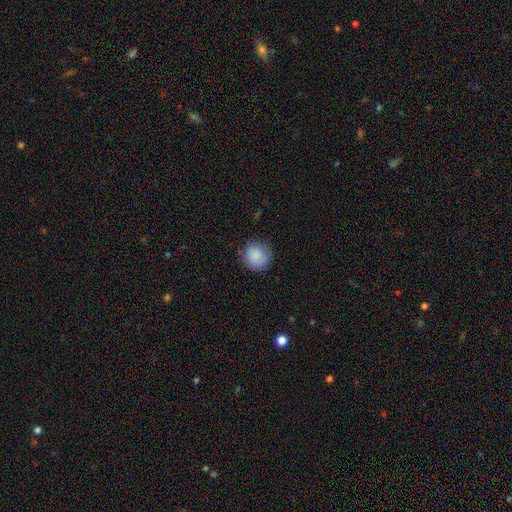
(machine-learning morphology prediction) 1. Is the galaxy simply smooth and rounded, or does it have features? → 86% smooth, 7% star or artifact, 7% featured or disk.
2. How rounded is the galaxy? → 89% round, 10% in between, 1% cigar-shaped.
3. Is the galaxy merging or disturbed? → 80% none, 15% minor disturbance, 4% major disturbance, 1% merger.